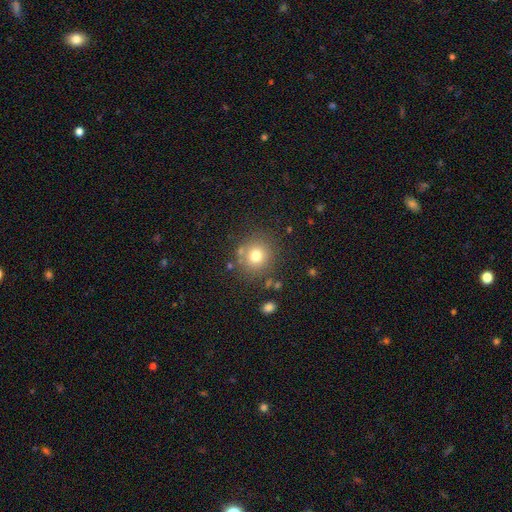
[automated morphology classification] Q: Smooth or featured?
A: smooth (75%); runner-up: star or artifact (14%)
Q: How rounded?
A: round (90%); runner-up: in between (9%)
Q: Merging?
A: none (80%); runner-up: minor disturbance (10%)